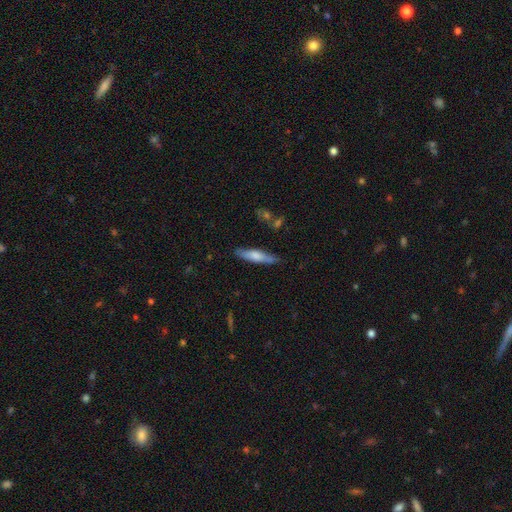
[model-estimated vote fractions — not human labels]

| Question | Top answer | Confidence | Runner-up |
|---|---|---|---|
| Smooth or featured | smooth | 64% | featured or disk (31%) |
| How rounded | cigar-shaped | 79% | in between (20%) |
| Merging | none | 78% | minor disturbance (16%) |